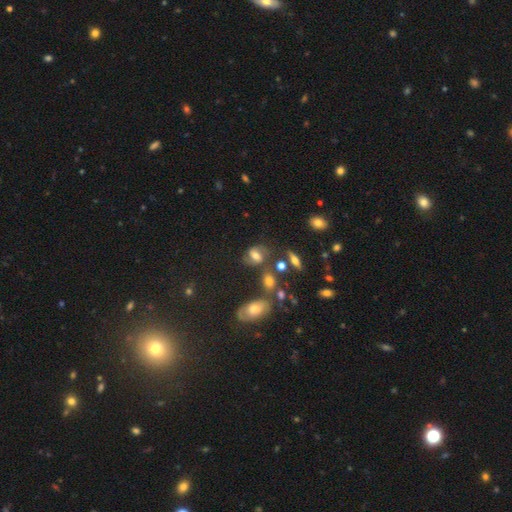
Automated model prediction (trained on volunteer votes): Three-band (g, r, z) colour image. It shows a smooth galaxy with no disk features (52%) that is in between round and cigar-shaped (68%). Merging: none (53%).